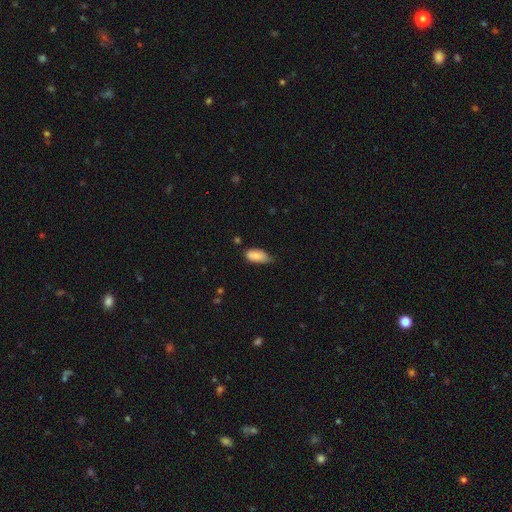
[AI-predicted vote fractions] Morphology: type=smooth (83%); roundness=in between (90%); merging=none (47%).